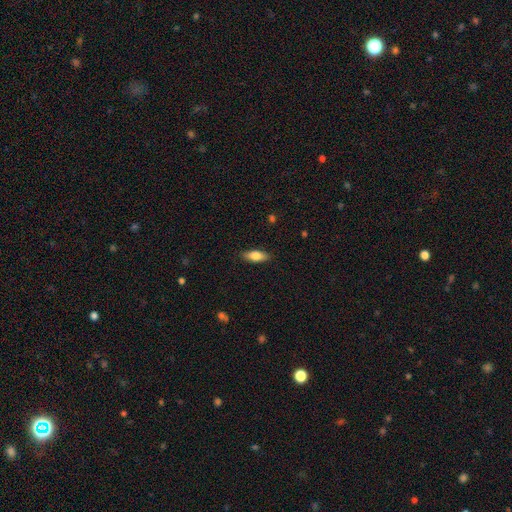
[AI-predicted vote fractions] This appears to be a smooth galaxy with no disk features (79%) that is in between round and cigar-shaped (75%). Merging: none (87%).